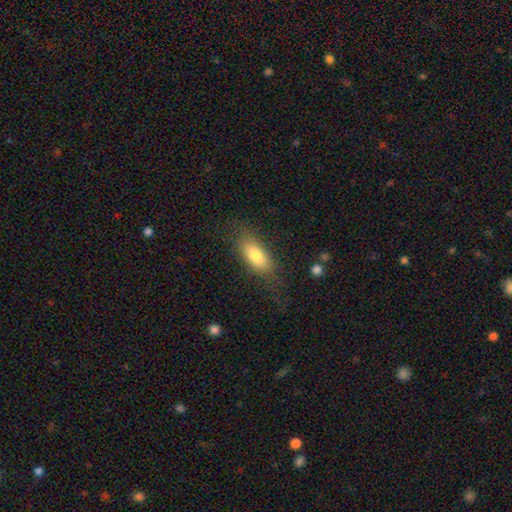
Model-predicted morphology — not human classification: A smooth galaxy with no disk features (77%) that is in between round and cigar-shaped (83%). Merging: none (73%).